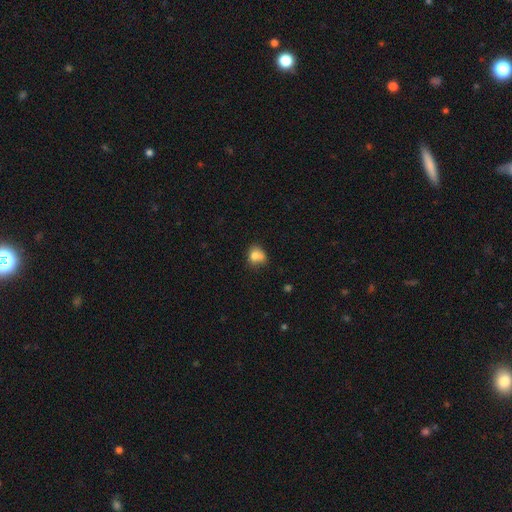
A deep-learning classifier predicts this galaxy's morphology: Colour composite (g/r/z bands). It shows a smooth galaxy with no disk features (76%) that is round (63%). Merging: none (41%).